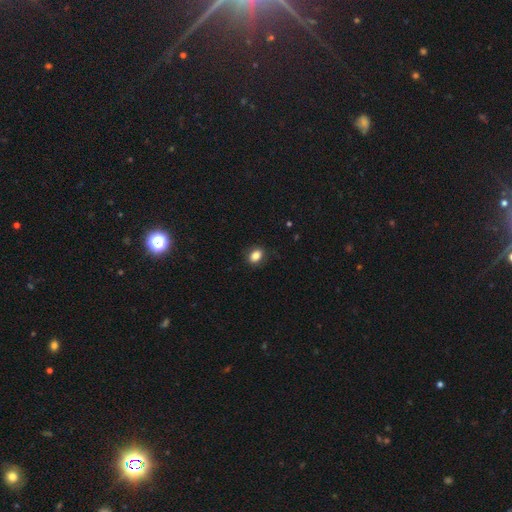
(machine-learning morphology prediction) Smooth or featured: smooth — 86% (star or artifact — 9%)
How rounded: in between — 72% (round — 27%)
Merging: none — 85% (minor disturbance — 11%)